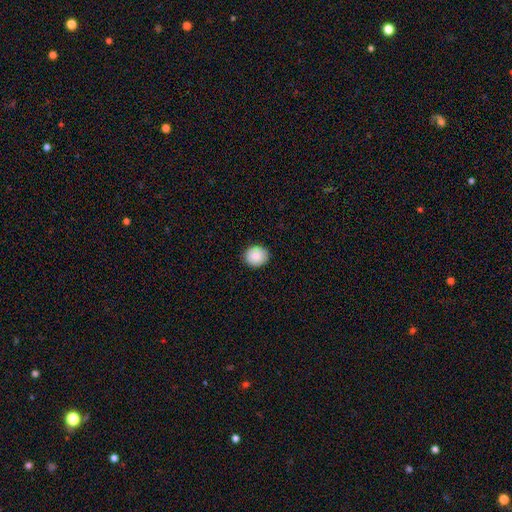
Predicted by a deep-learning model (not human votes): Smooth or featured: smooth — 86% (star or artifact — 8%)
How rounded: round — 78% (in between — 21%)
Merging: none — 91% (minor disturbance — 7%)